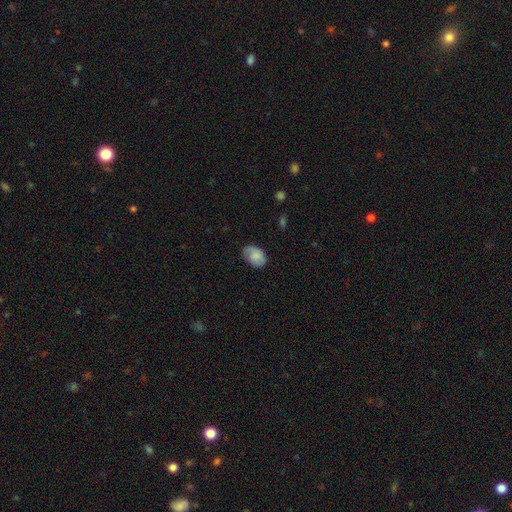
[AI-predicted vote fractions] This appears to be a smooth galaxy with no disk features (74%) that is in between round and cigar-shaped (79%). Merging: none (67%).